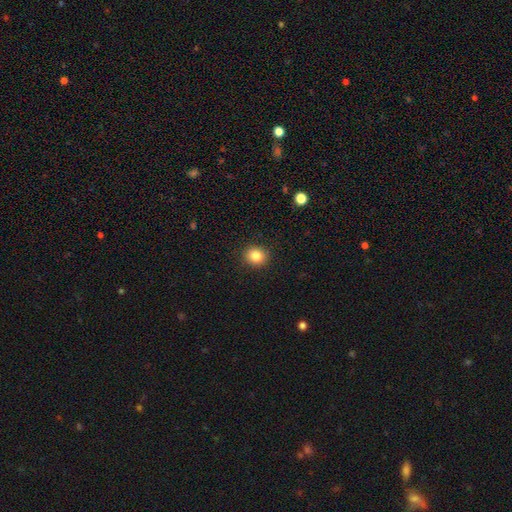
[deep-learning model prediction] Morphology: type=smooth (85%); roundness=round (78%); merging=none (90%).